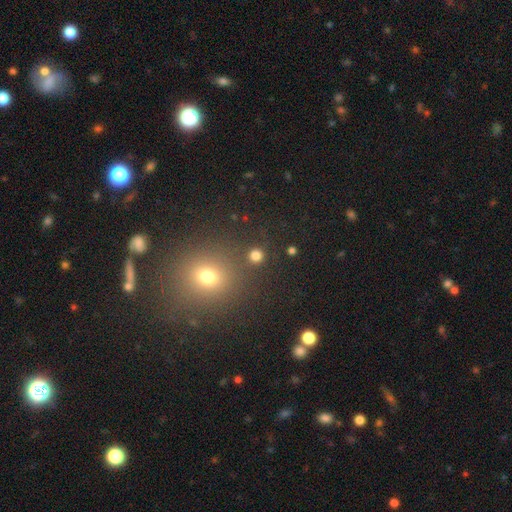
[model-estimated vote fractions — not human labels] A smooth galaxy with no disk features (78%) that is round (93%). Merging: none (85%).